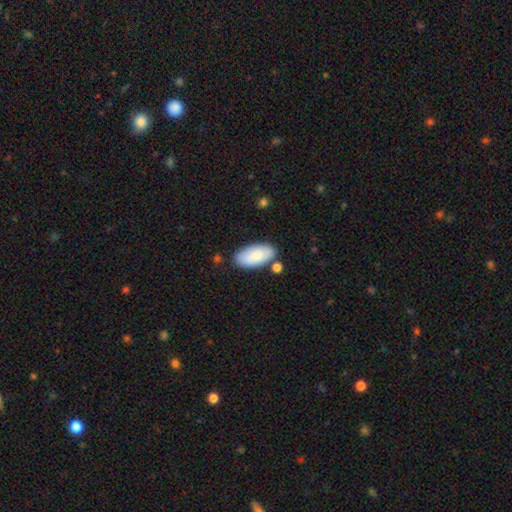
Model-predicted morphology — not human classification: Smooth or featured: smooth — 83% (featured or disk — 11%)
How rounded: in between — 94% (cigar-shaped — 4%)
Merging: none — 77% (minor disturbance — 14%)